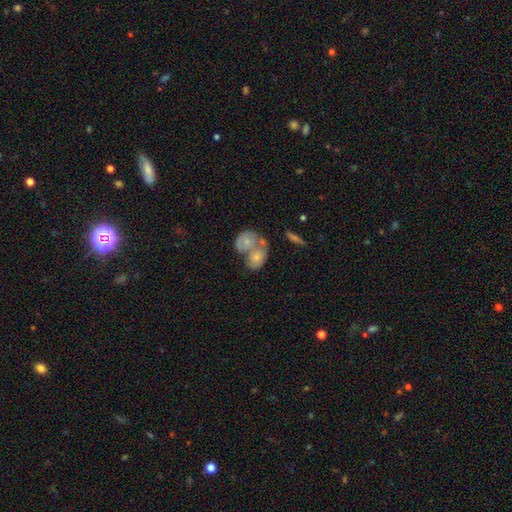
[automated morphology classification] smooth_or_featured: smooth (p=0.57) [alt: featured or disk p=0.35]
how_rounded: in between (p=0.60) [alt: round p=0.38]
merging: merger (p=0.67) [alt: none p=0.18]